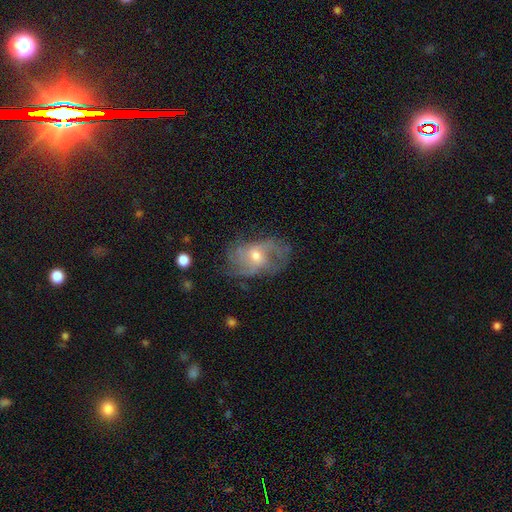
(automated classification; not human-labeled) Smooth or featured: featured or disk — 74% (smooth — 17%)
Edge-on disk: no — 96% (yes — 4%)
Bar: no — 59% (weak — 34%)
Spiral arms: yes — 83% (no — 17%)
Spiral winding: medium — 41% (loose — 31%)
Spiral arm count: can't tell — 38% (2 — 25%)
Bulge size: moderate — 53% (small — 42%)
Merging: none — 59% (minor disturbance — 23%)